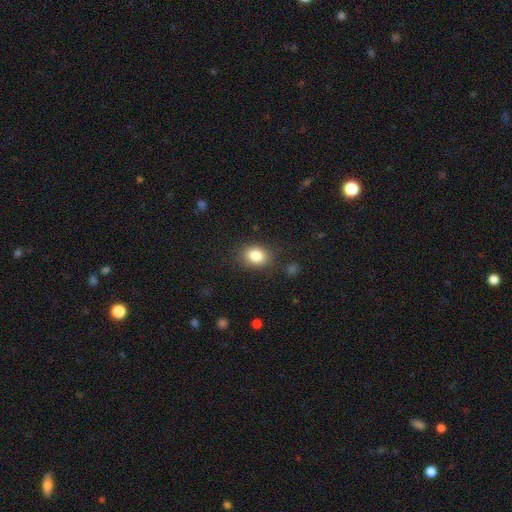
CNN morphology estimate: This is clearly a smooth galaxy (83%). How rounded: possibly in between (53%). Merging: clearly none (83%).